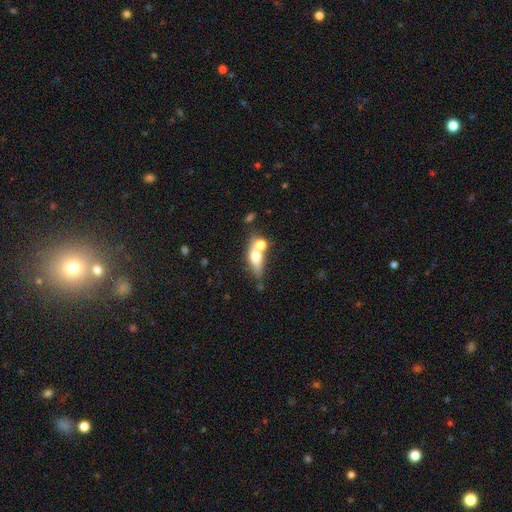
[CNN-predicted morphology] This is possibly a smooth galaxy (59%). How rounded: possibly in between (54%). Merging: marginally none (44%).